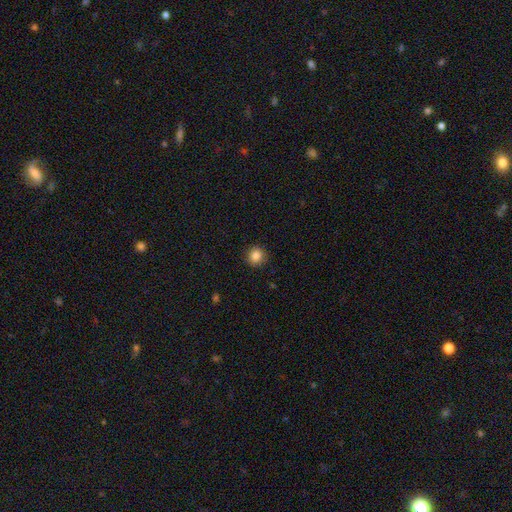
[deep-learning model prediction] Smooth or featured: smooth — 85% (star or artifact — 10%)
How rounded: round — 93% (in between — 6%)
Merging: none — 91% (minor disturbance — 6%)